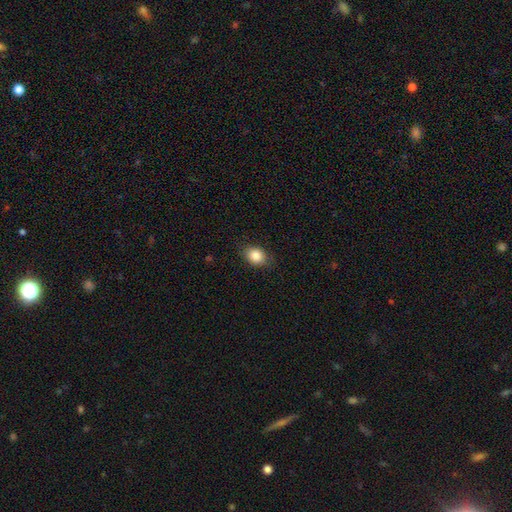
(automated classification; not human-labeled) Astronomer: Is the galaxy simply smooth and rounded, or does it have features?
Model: smooth — 85%.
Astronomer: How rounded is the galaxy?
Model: in between — 61% (runner-up: round, 38%).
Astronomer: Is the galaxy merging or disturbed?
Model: none — 84%.